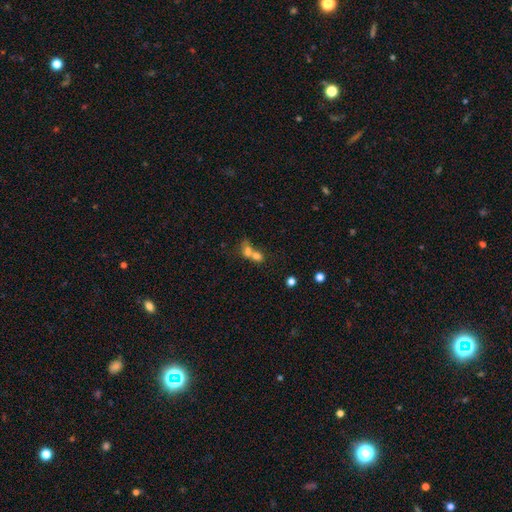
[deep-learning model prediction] Smooth or featured? smooth (67%)
How rounded? in between (51%)
Merging? merger (73%)